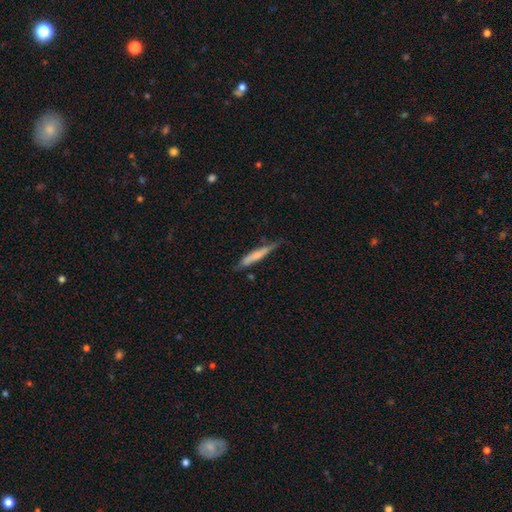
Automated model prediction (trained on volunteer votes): Smooth or featured?
  - smooth: 63% *
  - featured or disk: 32%
  - star or artifact: 6%
How rounded?
  - cigar-shaped: 93% *
  - in between: 6%
  - round: 1%
Merging?
  - none: 68% *
  - minor disturbance: 24%
  - major disturbance: 5%
  - merger: 3%